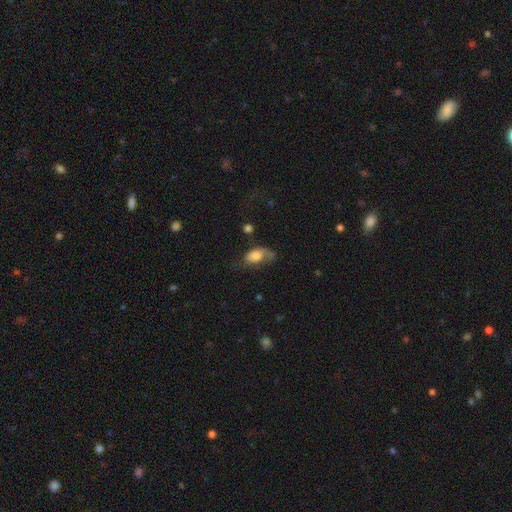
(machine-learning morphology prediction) smooth_or_featured: smooth (p=0.67) [alt: featured or disk p=0.25]
how_rounded: in between (p=0.89) [alt: round p=0.07]
merging: major disturbance (p=0.33) [alt: none p=0.32]